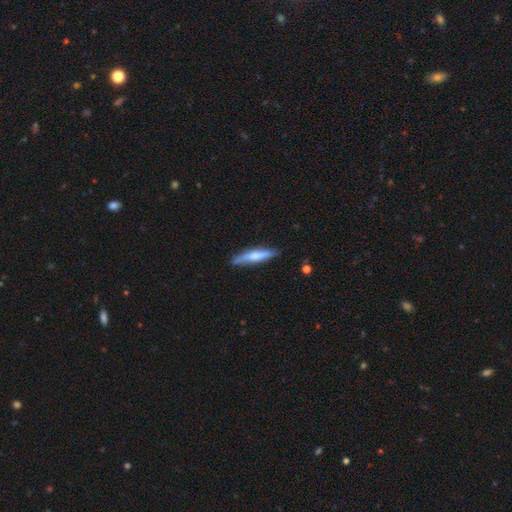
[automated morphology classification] The model was most divided on "smooth or featured": smooth: 56%, featured or disk: 39%, star or artifact: 6%. More confident: how rounded — cigar-shaped (87%); merging — none (80%).